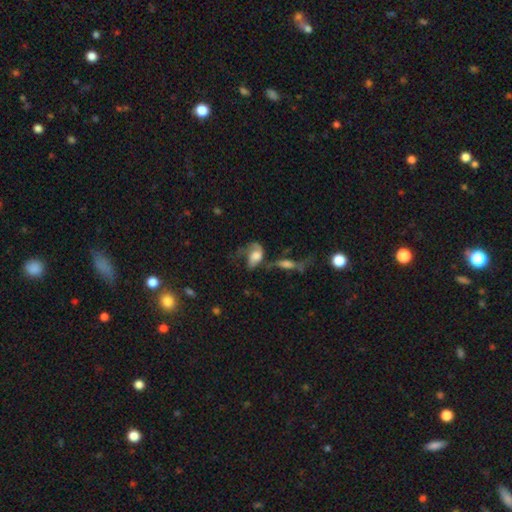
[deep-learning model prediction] A featured or disk galaxy (53%). Merging: major disturbance (37%).